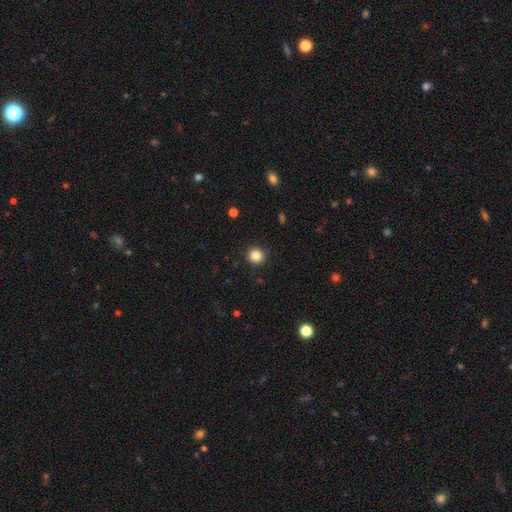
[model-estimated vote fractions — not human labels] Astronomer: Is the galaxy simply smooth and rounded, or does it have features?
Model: smooth — 84%.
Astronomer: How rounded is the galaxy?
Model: round — 93%.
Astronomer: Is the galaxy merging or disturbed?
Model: none — 92%.